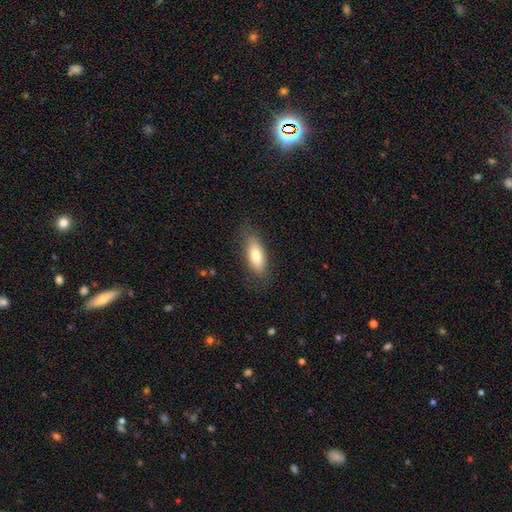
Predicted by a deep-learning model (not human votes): This appears to be a smooth galaxy with no disk features (76%) that is in between round and cigar-shaped (77%). Merging: none (81%).